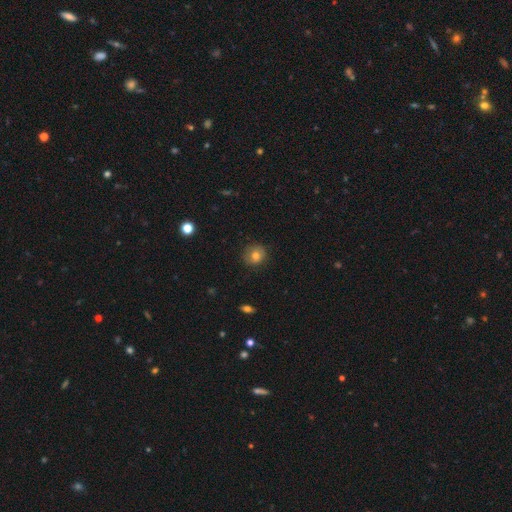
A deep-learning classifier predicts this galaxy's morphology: Smooth or featured: smooth — 73% (featured or disk — 16%)
How rounded: round — 87% (in between — 12%)
Merging: none — 83% (minor disturbance — 13%)